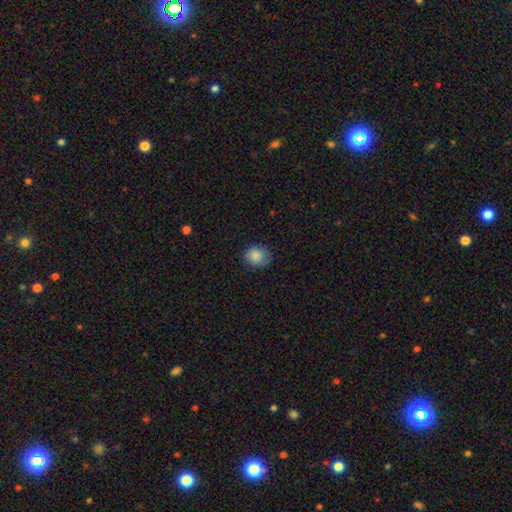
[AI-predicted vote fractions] smooth_or_featured: smooth (p=0.86) [alt: star or artifact p=0.08]
how_rounded: round (p=0.68) [alt: in between p=0.31]
merging: none (p=0.77) [alt: minor disturbance p=0.18]